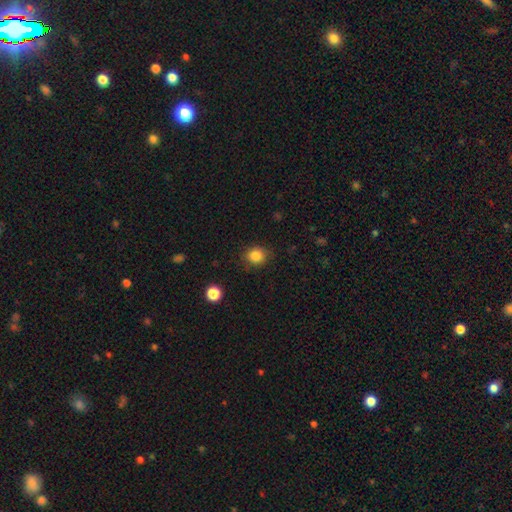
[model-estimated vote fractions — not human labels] smooth 84%, star or artifact 11%, featured or disk 5%. Down the decision tree: how rounded — round (79%); merging — none (84%).